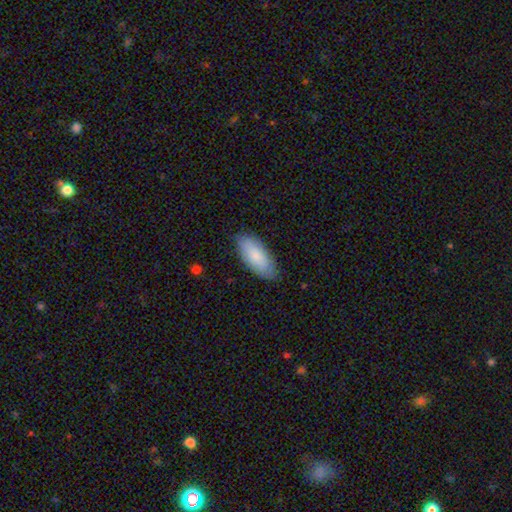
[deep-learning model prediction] Smooth or featured? Predicted: smooth (p=0.84). How rounded? Predicted: in between (p=0.86). Merging? Predicted: none (p=0.83).